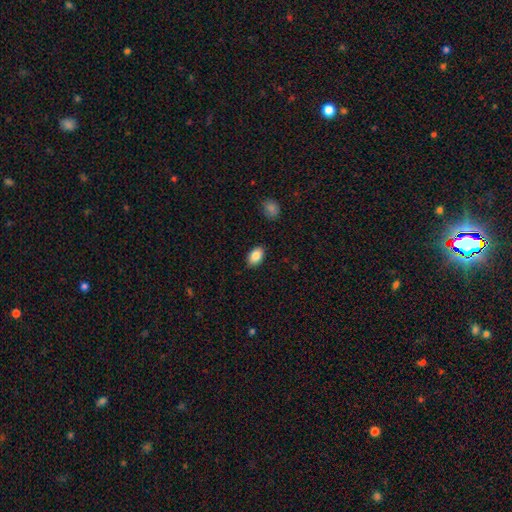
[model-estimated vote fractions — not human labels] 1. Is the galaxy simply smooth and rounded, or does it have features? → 87% smooth, 7% star or artifact, 6% featured or disk.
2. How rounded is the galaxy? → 91% in between, 8% round, 1% cigar-shaped.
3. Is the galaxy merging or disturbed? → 87% none, 9% minor disturbance, 2% major disturbance, 1% merger.